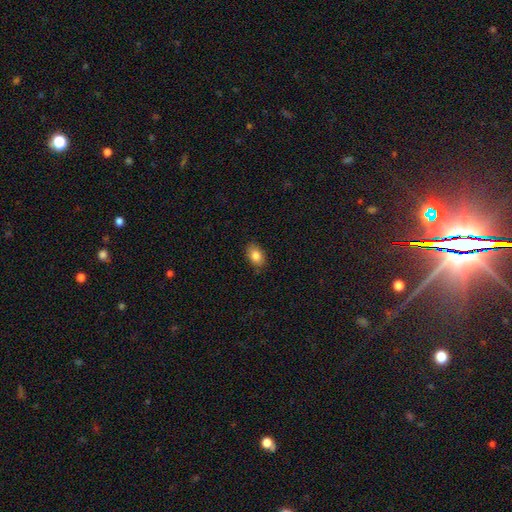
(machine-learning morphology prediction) smooth_or_featured: smooth (p=0.83) [alt: featured or disk p=0.09]
how_rounded: in between (p=0.85) [alt: round p=0.14]
merging: none (p=0.85) [alt: minor disturbance p=0.11]